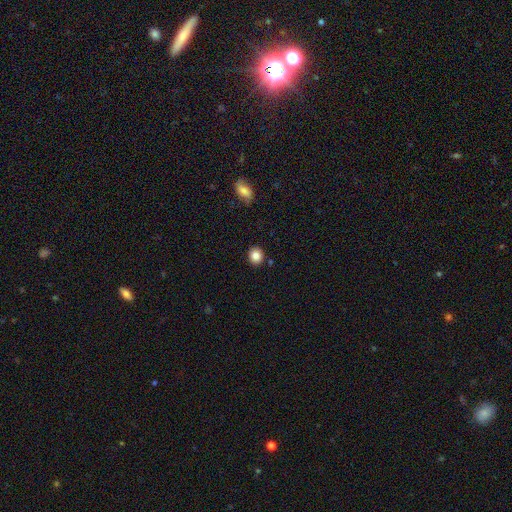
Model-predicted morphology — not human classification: smooth_or_featured: smooth (p=0.85) [alt: star or artifact p=0.10]
how_rounded: round (p=0.78) [alt: in between p=0.21]
merging: none (p=0.89) [alt: minor disturbance p=0.07]